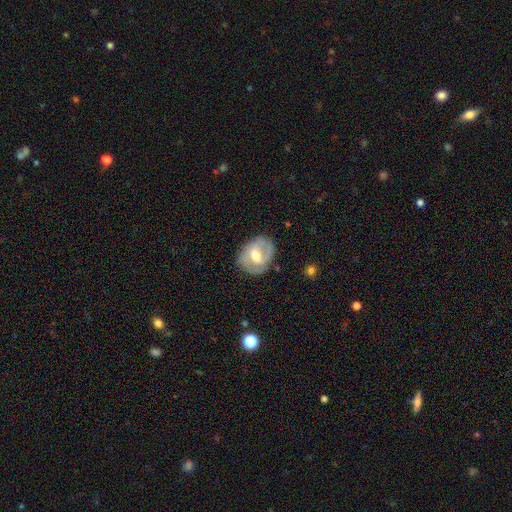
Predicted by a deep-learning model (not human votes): Morphology: type=featured or disk (74%); edge-on=no (97%); bar=weak (53%); spiral arms=yes (85%); winding=medium (44%); arm count=2 (72%); bulge=moderate (67%); merging=none (75%).